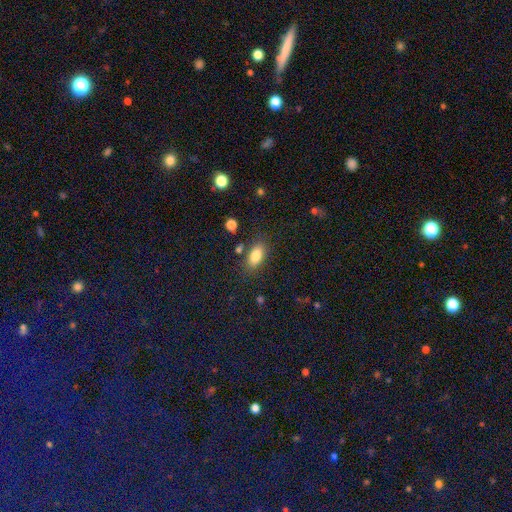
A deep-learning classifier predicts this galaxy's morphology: Smooth or featured? smooth (84%)
How rounded? in between (88%)
Merging? none (79%)